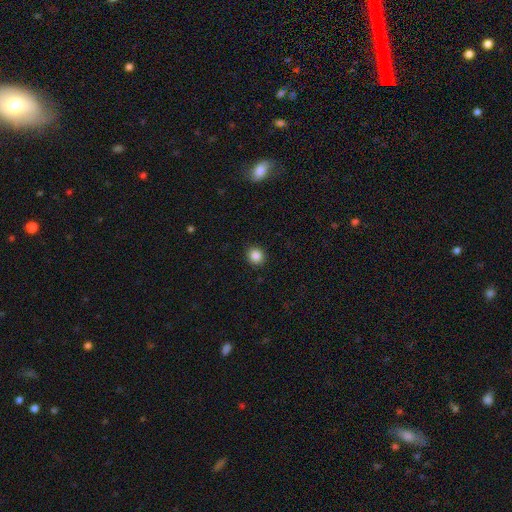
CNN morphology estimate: Smooth or featured: smooth — 86% (star or artifact — 10%)
How rounded: round — 86% (in between — 13%)
Merging: none — 91% (minor disturbance — 6%)